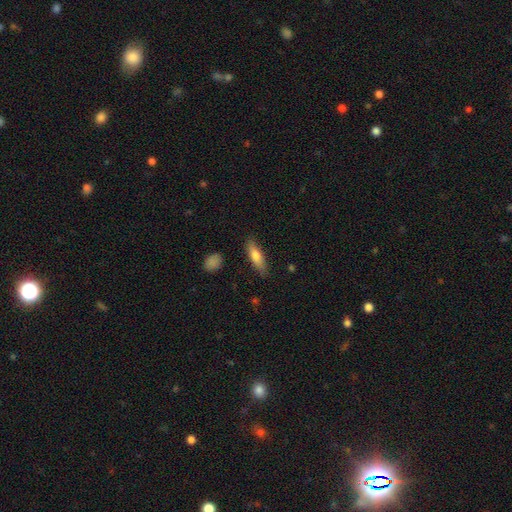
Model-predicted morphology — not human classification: A smooth galaxy with no disk features (72%) that is cigar-shaped (58%). Merging: none (83%).